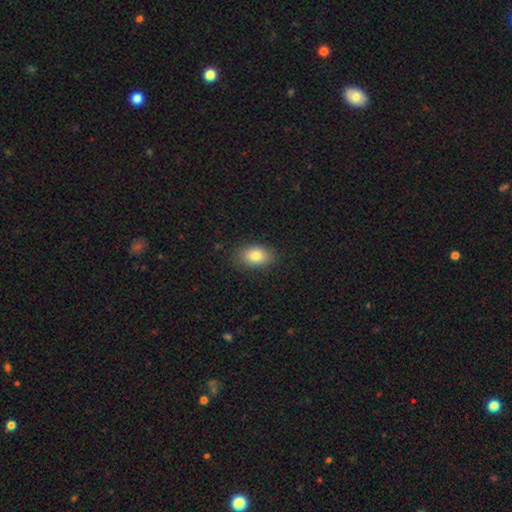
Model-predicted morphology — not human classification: A smooth galaxy with no disk features (83%) that is in between round and cigar-shaped (85%). Merging: none (85%).